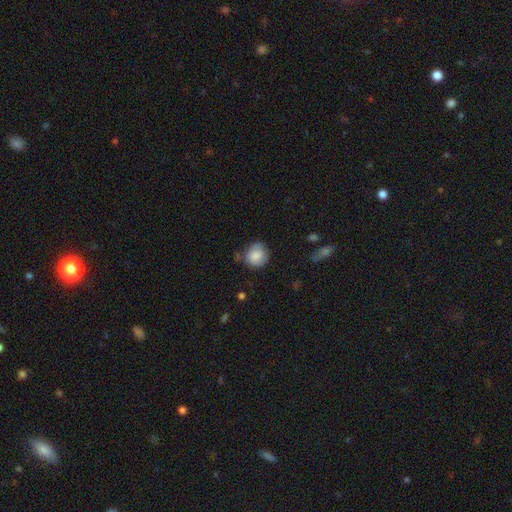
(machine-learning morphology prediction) smooth_or_featured: smooth (p=0.83) [alt: featured or disk p=0.10]
how_rounded: round (p=0.85) [alt: in between p=0.14]
merging: none (p=0.70) [alt: minor disturbance p=0.22]